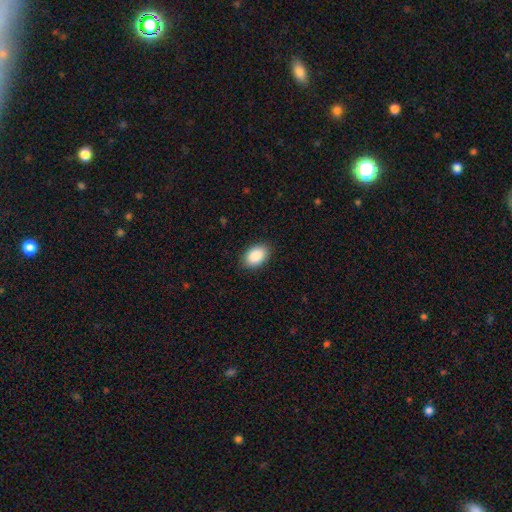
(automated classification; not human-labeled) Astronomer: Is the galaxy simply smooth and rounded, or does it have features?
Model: smooth — 90%.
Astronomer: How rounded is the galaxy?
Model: in between — 89%.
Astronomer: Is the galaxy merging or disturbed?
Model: none — 88%.